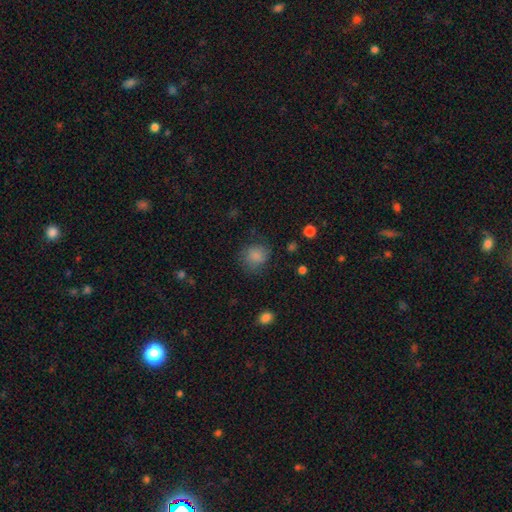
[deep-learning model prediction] smooth_or_featured: smooth (p=0.83) [alt: star or artifact p=0.11]
how_rounded: round (p=0.78) [alt: in between p=0.21]
merging: none (p=0.73) [alt: minor disturbance p=0.18]